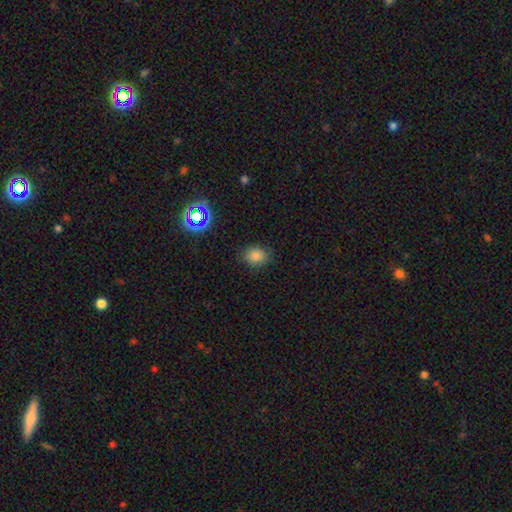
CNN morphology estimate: Smooth or featured: smooth — 82% (star or artifact — 14%)
How rounded: round — 52% (in between — 47%)
Merging: none — 83% (minor disturbance — 12%)